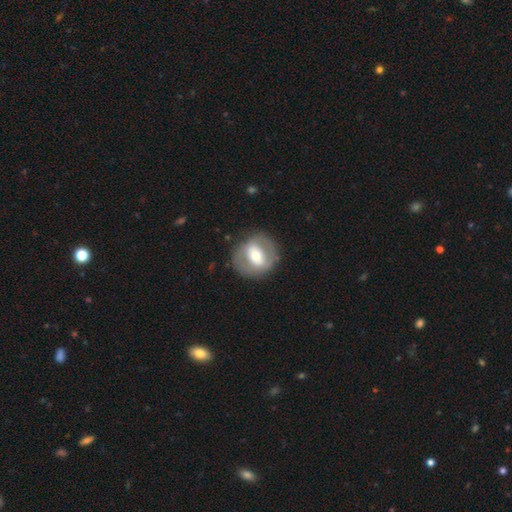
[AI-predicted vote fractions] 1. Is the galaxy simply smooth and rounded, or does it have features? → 56% featured or disk, 38% smooth, 6% star or artifact.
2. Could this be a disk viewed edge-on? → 94% no, 6% yes.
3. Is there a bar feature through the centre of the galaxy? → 34% no, 33% strong, 33% weak.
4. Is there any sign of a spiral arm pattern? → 68% no, 32% yes.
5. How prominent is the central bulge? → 67% moderate, 17% small, 13% large, 1% dominant, 1% none.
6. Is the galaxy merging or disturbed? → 79% none, 12% minor disturbance, 7% major disturbance, 1% merger.